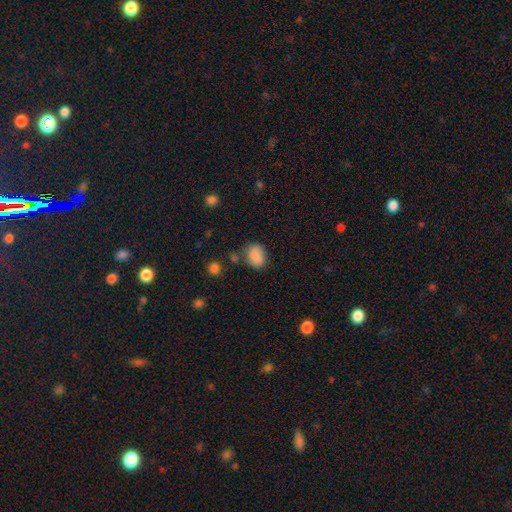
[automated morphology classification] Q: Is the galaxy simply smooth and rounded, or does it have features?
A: smooth — 84%.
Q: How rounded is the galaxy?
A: in between — 58%.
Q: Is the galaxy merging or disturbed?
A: none — 70%.